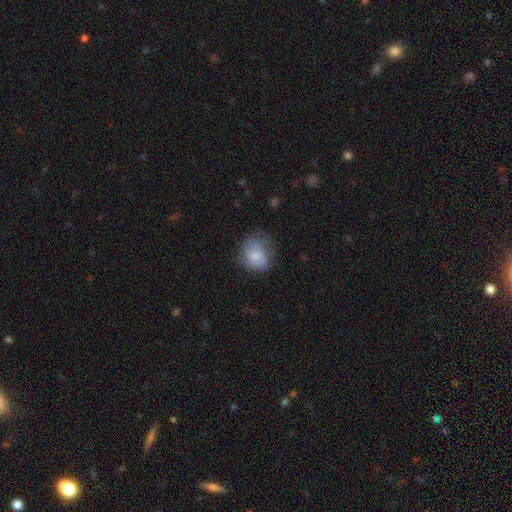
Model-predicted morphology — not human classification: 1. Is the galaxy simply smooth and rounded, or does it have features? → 70% smooth, 22% featured or disk, 8% star or artifact.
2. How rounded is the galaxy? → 55% round, 44% in between, 1% cigar-shaped.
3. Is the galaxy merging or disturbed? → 48% none, 32% minor disturbance, 18% major disturbance, 2% merger.